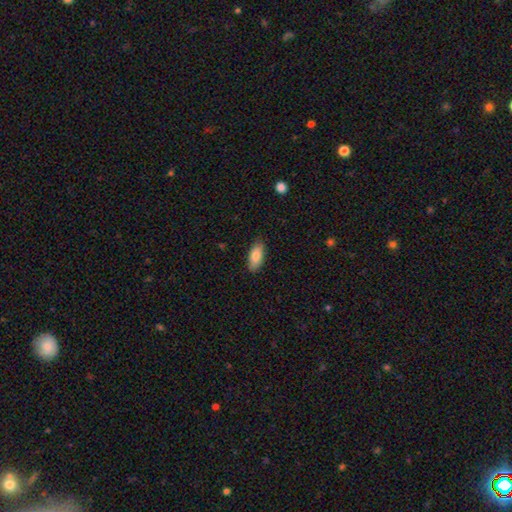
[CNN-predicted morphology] Overall: smooth (82%). How rounded: in between (85%). Merging: none (86%).